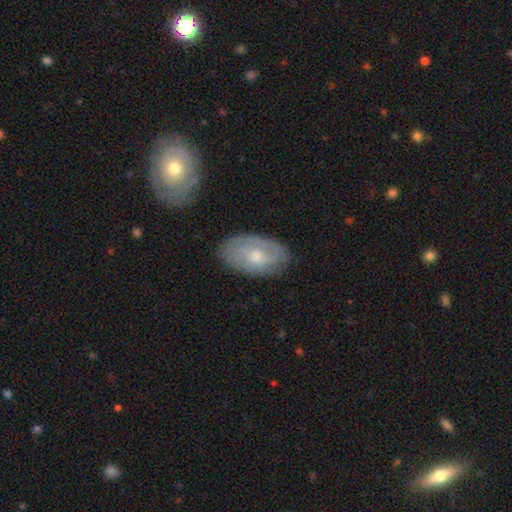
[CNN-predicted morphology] Smooth or featured? featured or disk (60%)
Edge-on disk? no (94%)
Bar? no (67%)
Spiral arms? yes (79%)
Bulge size? moderate (52%)
Merging? none (75%)